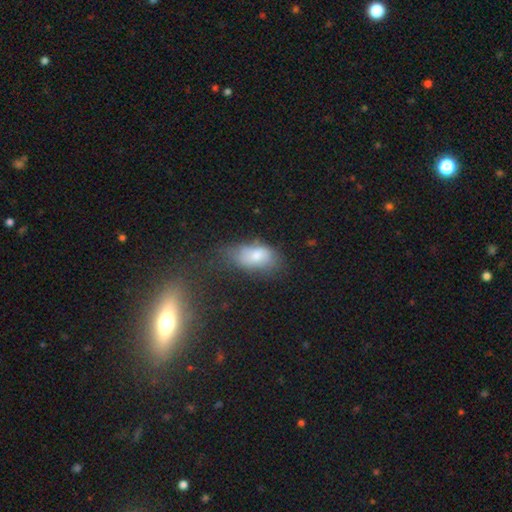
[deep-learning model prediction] This is likely a smooth galaxy (70%). How rounded: clearly in between (90%). Merging: marginally none (38%).